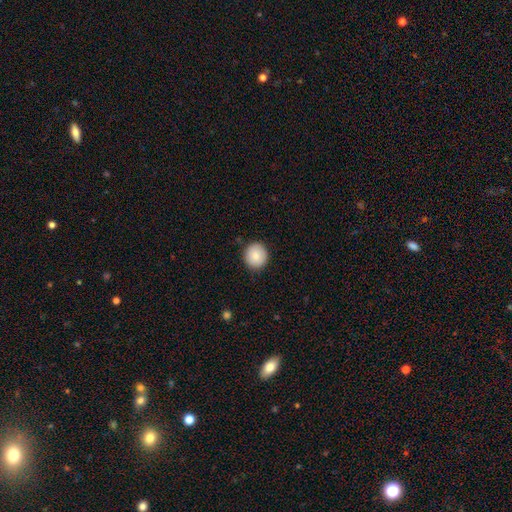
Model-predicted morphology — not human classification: Smooth or featured: smooth — 84% (featured or disk — 8%)
How rounded: round — 92% (in between — 7%)
Merging: none — 89% (minor disturbance — 8%)